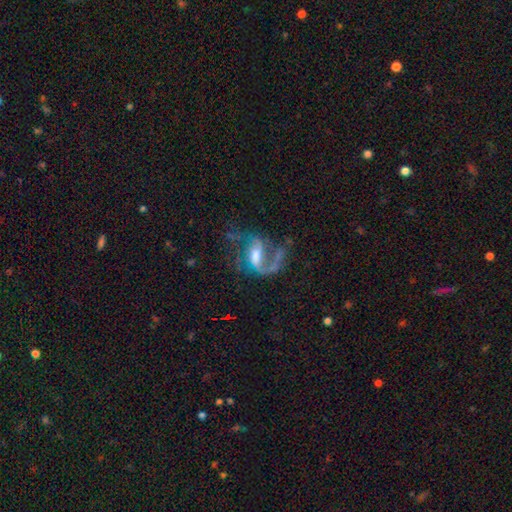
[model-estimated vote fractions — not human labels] featured or disk 84%, smooth 10%, star or artifact 7%. Down the decision tree: edge-on disk — no (97%); bar — weak (46%); spiral arms — yes (93%); spiral arm count — 2 (47%); spiral winding — loose (53%); bulge size — moderate (49%); merging — none (43%).